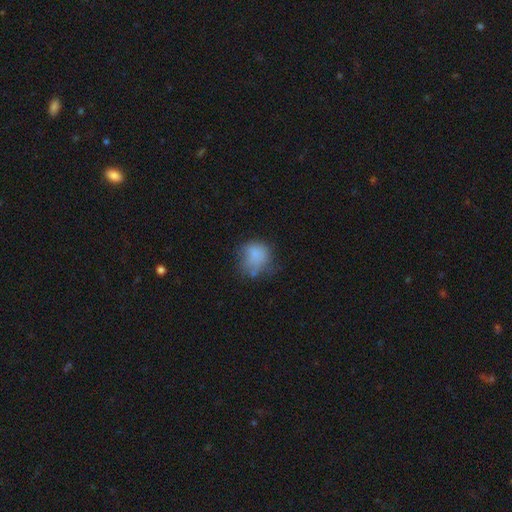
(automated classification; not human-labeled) Overall: smooth (73%). How rounded: round (70%). Merging: none (43%; minor disturbance 31%).